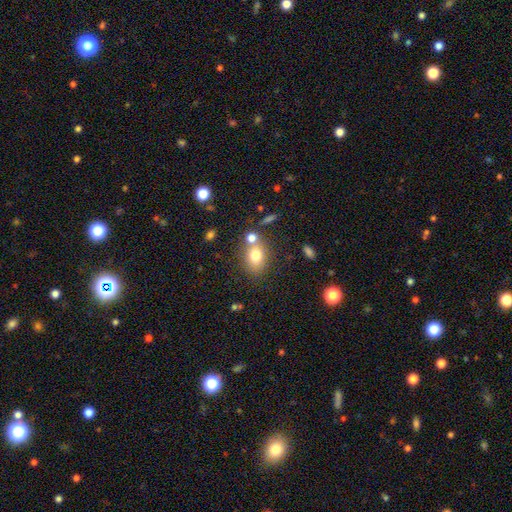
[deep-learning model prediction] This is likely a smooth galaxy (74%). How rounded: possibly in between (54%). Merging: likely none (66%).